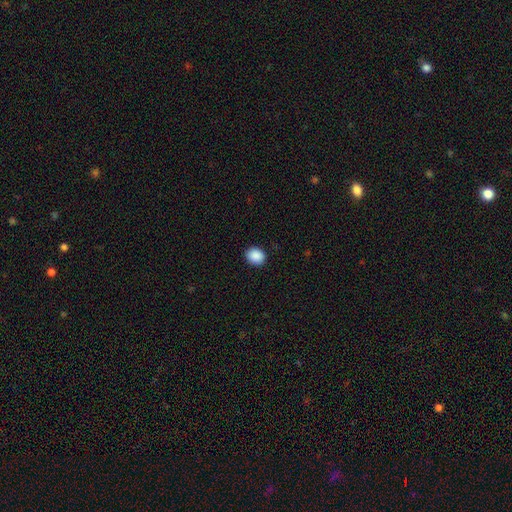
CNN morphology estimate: Overall: smooth (90%). How rounded: round (62%; in between 37%). Merging: none (91%).